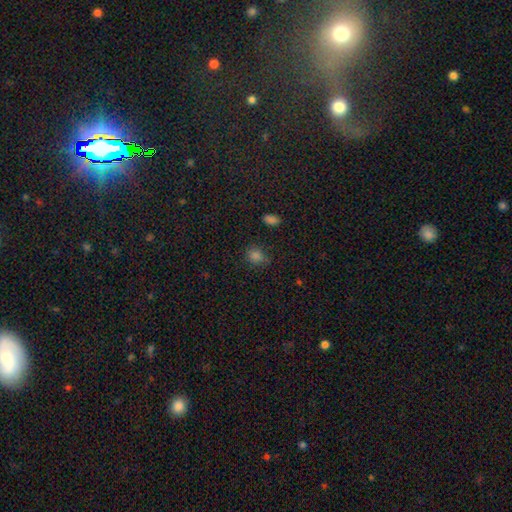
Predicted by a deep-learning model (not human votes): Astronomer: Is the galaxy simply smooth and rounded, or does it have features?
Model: smooth — 77%.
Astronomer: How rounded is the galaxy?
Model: round — 67%.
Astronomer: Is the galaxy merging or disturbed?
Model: none — 71%.